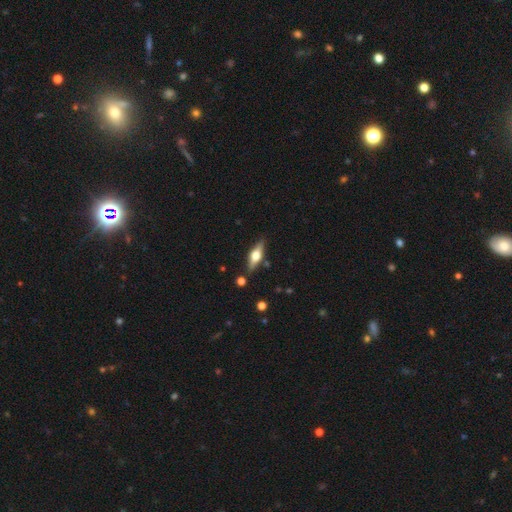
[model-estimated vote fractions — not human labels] Smooth or featured? Predicted: featured or disk (p=0.62). Edge-on disk? Predicted: yes (p=0.94). Edge-on bulge? Predicted: rounded (p=0.93). Merging? Predicted: none (p=0.84).